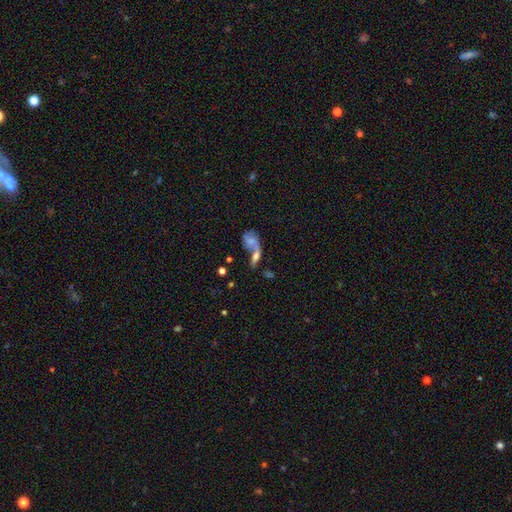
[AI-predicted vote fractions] This appears to be a smooth galaxy with no disk features (54%) that is in between round and cigar-shaped (70%). Merging: merger (62%).